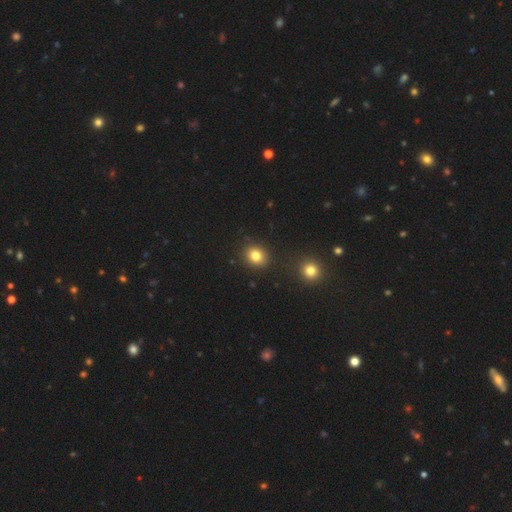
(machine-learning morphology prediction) Smooth or featured: smooth — 81% (star or artifact — 13%)
How rounded: round — 71% (in between — 28%)
Merging: none — 86% (minor disturbance — 8%)